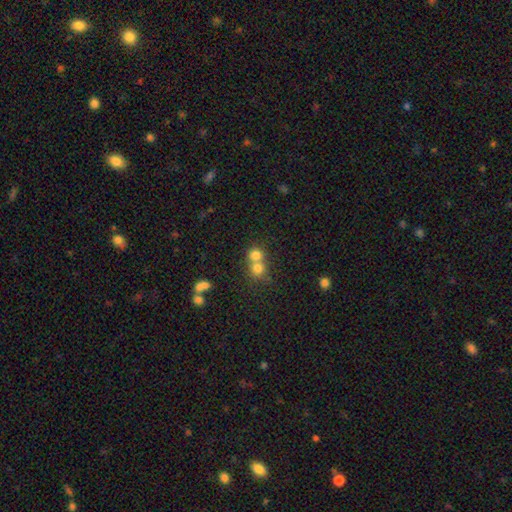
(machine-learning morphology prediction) Q: Smooth or featured?
A: smooth (75%); runner-up: star or artifact (14%)
Q: How rounded?
A: round (84%); runner-up: in between (15%)
Q: Merging?
A: merger (57%); runner-up: none (36%)